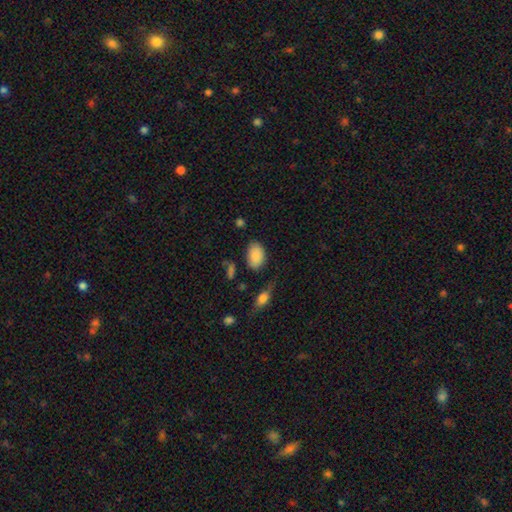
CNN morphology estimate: Smooth or featured?
  - smooth: 86% *
  - star or artifact: 7%
  - featured or disk: 6%
How rounded?
  - in between: 89% *
  - round: 10%
  - cigar-shaped: 1%
Merging?
  - none: 73% *
  - minor disturbance: 19%
  - major disturbance: 5%
  - merger: 3%